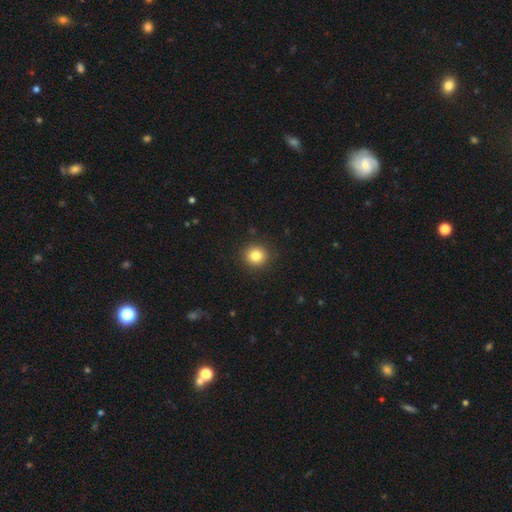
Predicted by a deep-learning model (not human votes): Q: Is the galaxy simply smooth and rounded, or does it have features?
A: smooth — 82%.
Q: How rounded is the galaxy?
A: round — 91%.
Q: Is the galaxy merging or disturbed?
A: none — 91%.